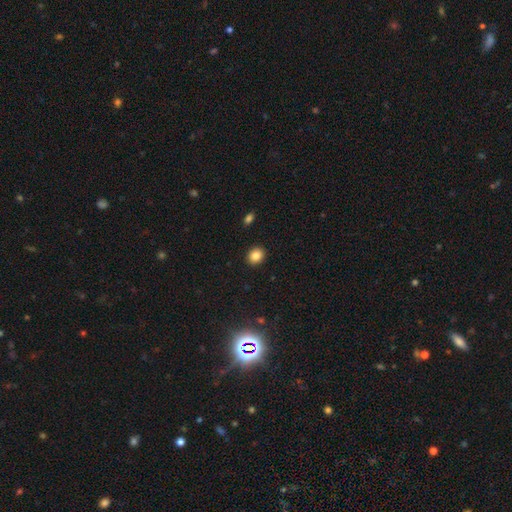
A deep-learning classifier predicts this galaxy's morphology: The model was most divided on "how rounded": round: 61%, in between: 38%, cigar-shaped: 1%. More confident: merging — none (91%); smooth or featured — smooth (84%).